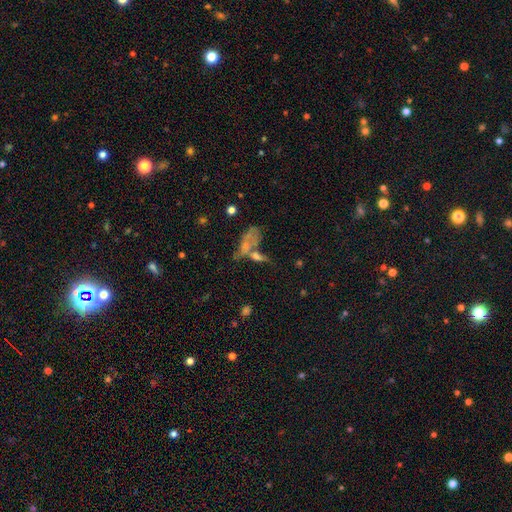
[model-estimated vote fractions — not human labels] Morphology: type=smooth (50%); merging=merger (45%).